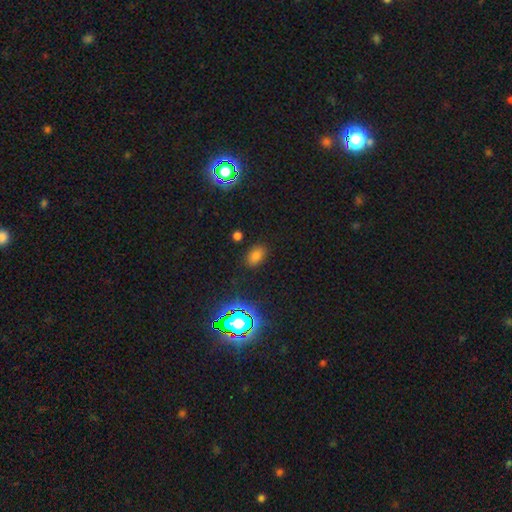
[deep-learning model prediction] This is likely a smooth galaxy (70%). How rounded: clearly in between (84%). Merging: clearly none (84%).